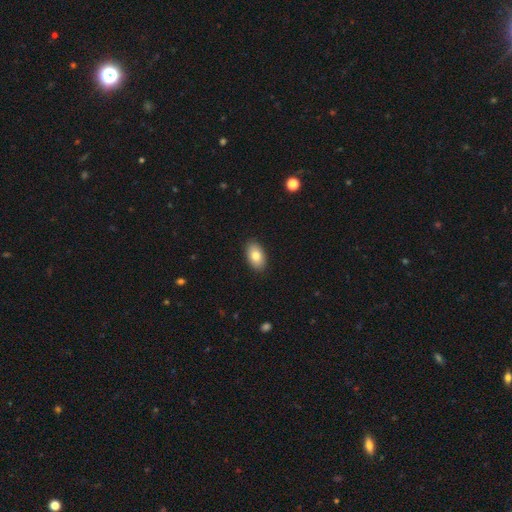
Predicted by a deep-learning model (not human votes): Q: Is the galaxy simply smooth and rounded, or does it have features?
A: smooth — 81%.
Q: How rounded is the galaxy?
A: in between — 93%.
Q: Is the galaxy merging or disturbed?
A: none — 89%.